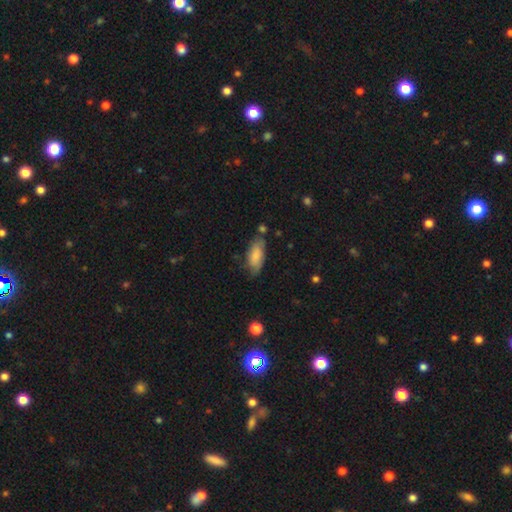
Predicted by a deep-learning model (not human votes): This appears to be a smooth galaxy with no disk features (79%) that is in between round and cigar-shaped (83%). Merging: none (62%).